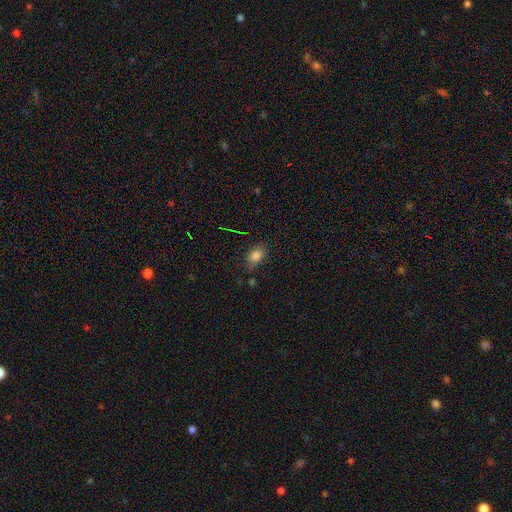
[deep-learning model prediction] Q: Smooth or featured?
A: smooth (81%); runner-up: star or artifact (12%)
Q: How rounded?
A: in between (83%); runner-up: round (15%)
Q: Merging?
A: none (74%); runner-up: minor disturbance (18%)